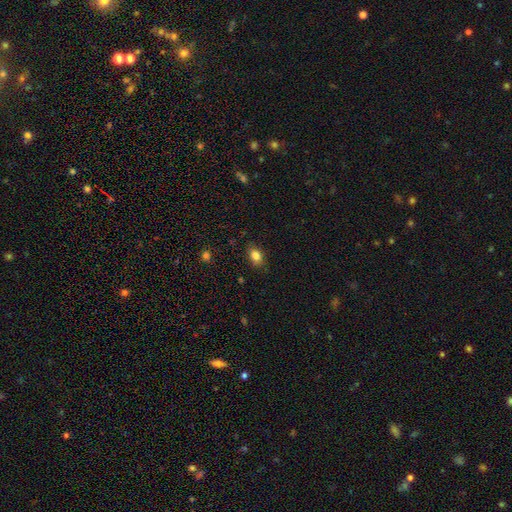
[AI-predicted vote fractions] This appears to be a smooth galaxy with no disk features (83%) that is in between round and cigar-shaped (74%). Merging: none (85%).